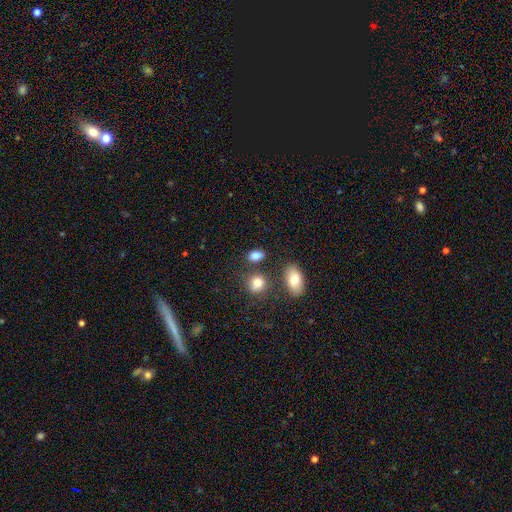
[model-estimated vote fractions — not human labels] Smooth or featured: smooth — 84% (star or artifact — 10%)
How rounded: in between — 82% (round — 16%)
Merging: none — 74% (minor disturbance — 12%)